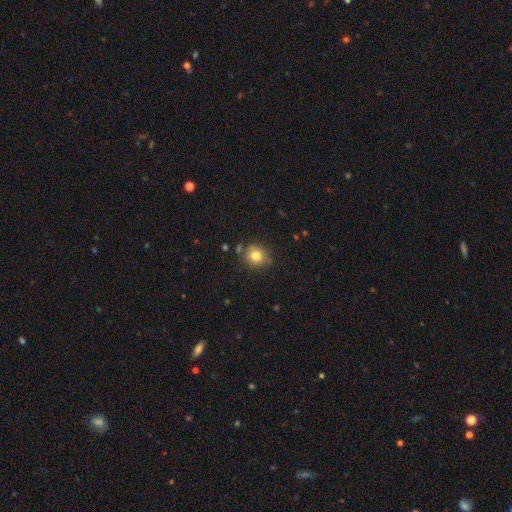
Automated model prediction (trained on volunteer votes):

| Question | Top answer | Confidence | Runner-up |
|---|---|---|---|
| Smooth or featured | smooth | 79% | star or artifact (12%) |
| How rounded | round | 81% | in between (18%) |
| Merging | none | 80% | minor disturbance (13%) |